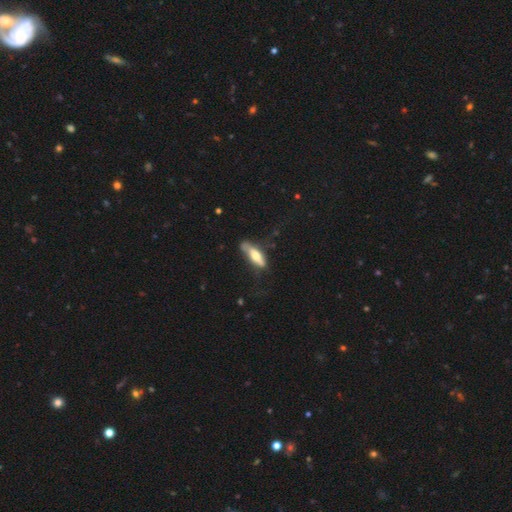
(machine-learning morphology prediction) Overall: smooth (56%; featured or disk 38%). How rounded: cigar-shaped (52%; in between 46%). Merging: none (53%; minor disturbance 29%).